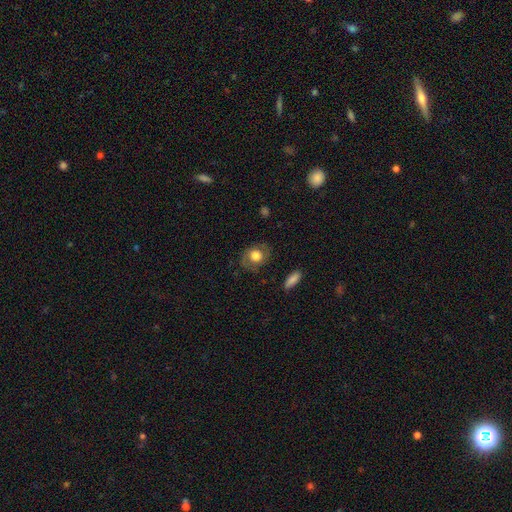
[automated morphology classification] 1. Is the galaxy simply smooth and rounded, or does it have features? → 63% smooth, 30% featured or disk, 8% star or artifact.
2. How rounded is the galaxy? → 51% round, 48% in between, 1% cigar-shaped.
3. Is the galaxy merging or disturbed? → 76% none, 16% minor disturbance, 6% major disturbance, 1% merger.